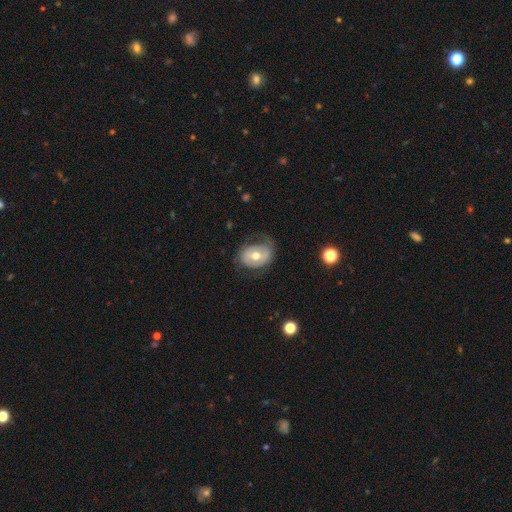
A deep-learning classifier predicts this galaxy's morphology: This appears to be a featured or disk galaxy (56%) with no bar (51%), no spiral arms (50%, tied with yes) and a moderate central bulge (77%). Merging: none (54%).